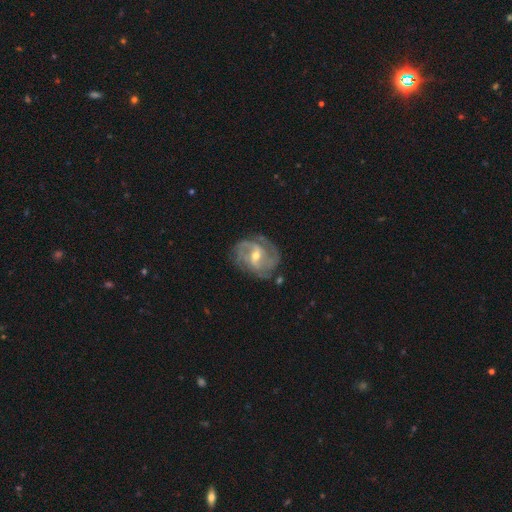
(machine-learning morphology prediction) featured or disk 88%, smooth 7%, star or artifact 5%. Down the decision tree: edge-on disk — no (98%); bar — weak (51%); spiral arms — yes (95%); spiral arm count — 2 (37%); spiral winding — medium (45%); bulge size — moderate (56%); merging — none (71%).